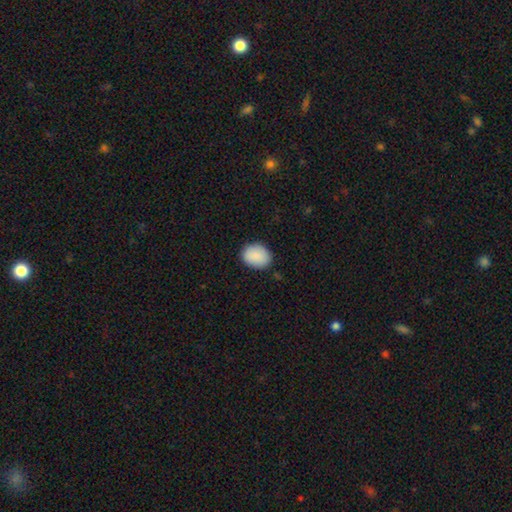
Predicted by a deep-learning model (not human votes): Q: Smooth or featured?
A: smooth (90%); runner-up: star or artifact (7%)
Q: How rounded?
A: in between (55%); runner-up: round (44%)
Q: Merging?
A: none (86%); runner-up: minor disturbance (10%)